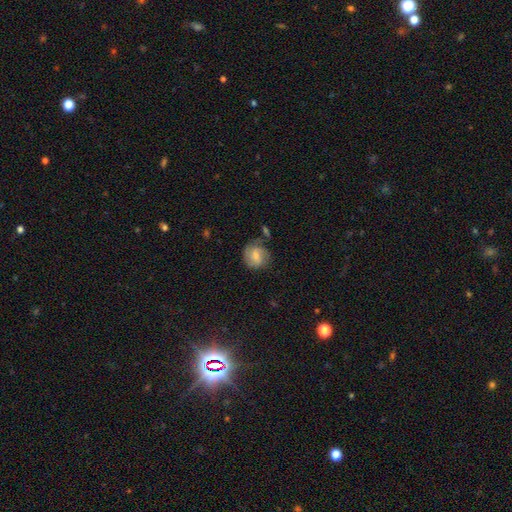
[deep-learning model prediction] This appears to be a smooth galaxy with no disk features (53%) that is round (79%). Merging: none (62%).